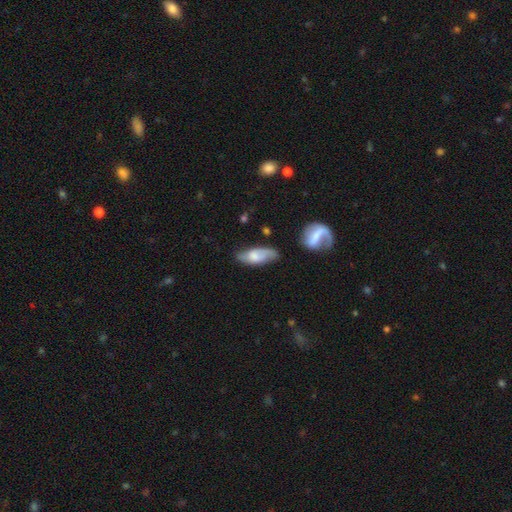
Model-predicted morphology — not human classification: type=smooth (57%); roundness=in between (76%); merging=none (60%).